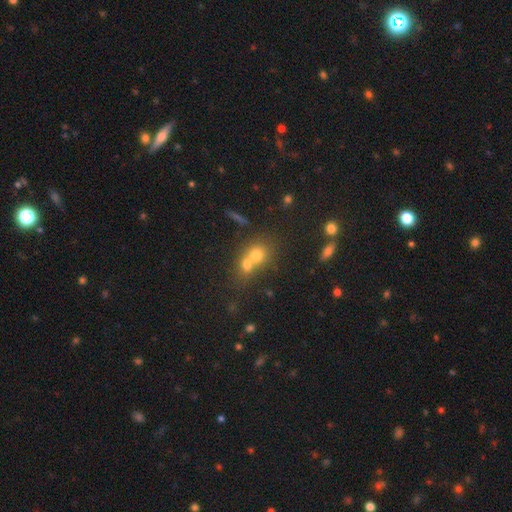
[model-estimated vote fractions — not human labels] Smooth or featured: smooth — 65% (featured or disk — 18%)
How rounded: round — 73% (in between — 25%)
Merging: merger — 59% (none — 32%)